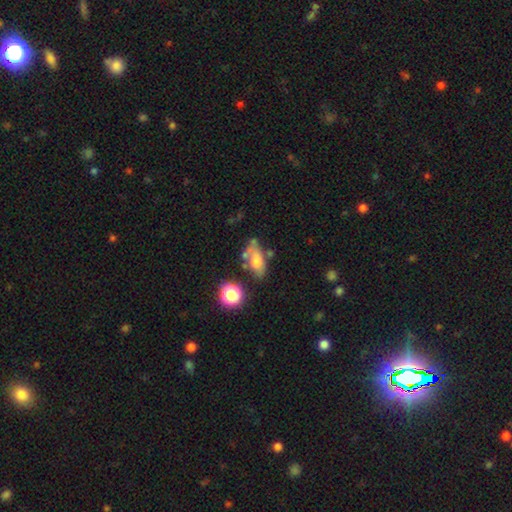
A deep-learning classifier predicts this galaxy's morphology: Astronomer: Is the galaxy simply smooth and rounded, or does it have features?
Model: smooth — 62%.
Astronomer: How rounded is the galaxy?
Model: in between — 79%.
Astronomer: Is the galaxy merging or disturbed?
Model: none — 47% (runner-up: minor disturbance, 23%).